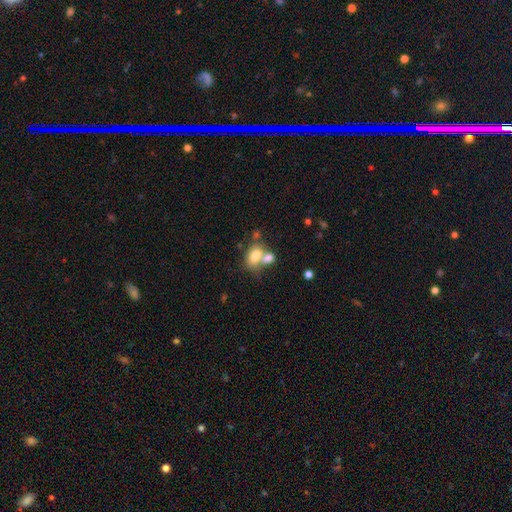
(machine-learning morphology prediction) type=smooth (72%); roundness=in between (82%); merging=merger (52%).